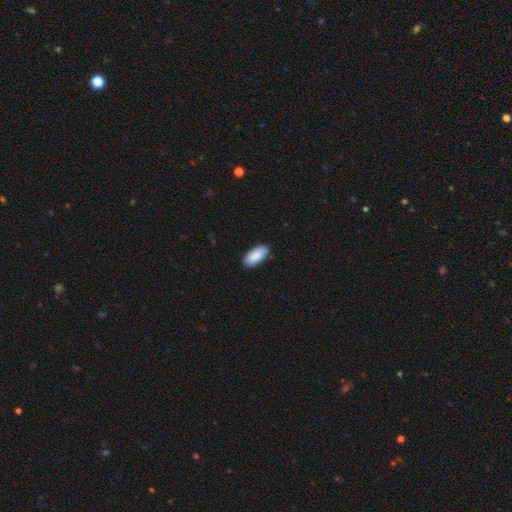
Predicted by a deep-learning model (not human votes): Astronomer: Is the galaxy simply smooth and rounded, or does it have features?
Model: smooth — 90%.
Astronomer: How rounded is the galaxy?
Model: in between — 92%.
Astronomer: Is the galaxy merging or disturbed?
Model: none — 88%.